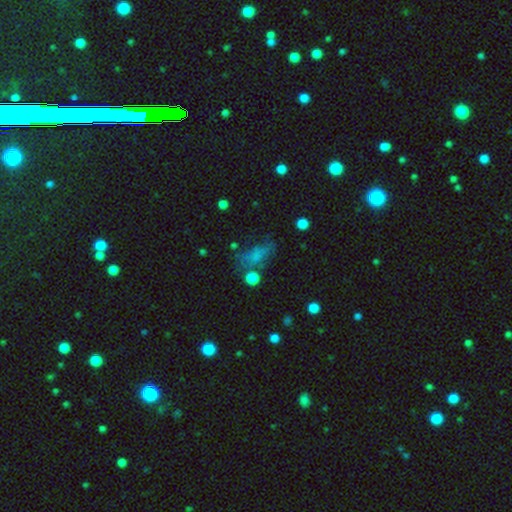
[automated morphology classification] This appears to be a smooth galaxy with no disk features (64%) that is in between round and cigar-shaped (78%). Merging: none (44%).